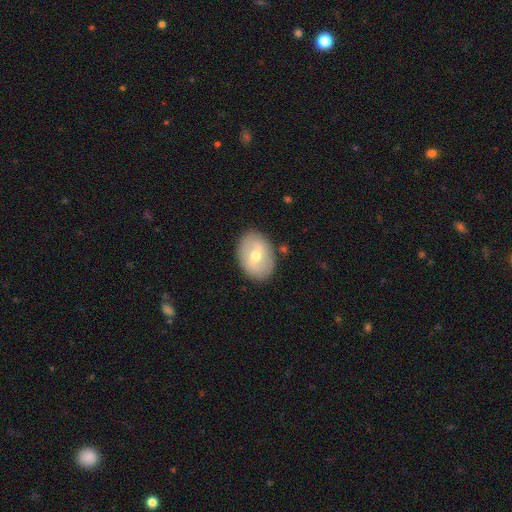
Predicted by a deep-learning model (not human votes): Morphology: type=smooth (51%); roundness=in between (66%); merging=none (84%).